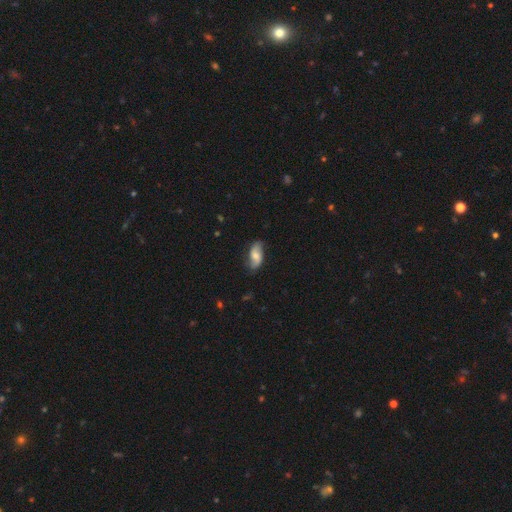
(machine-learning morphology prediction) Smooth or featured? featured or disk (48%)
Merging? none (73%)